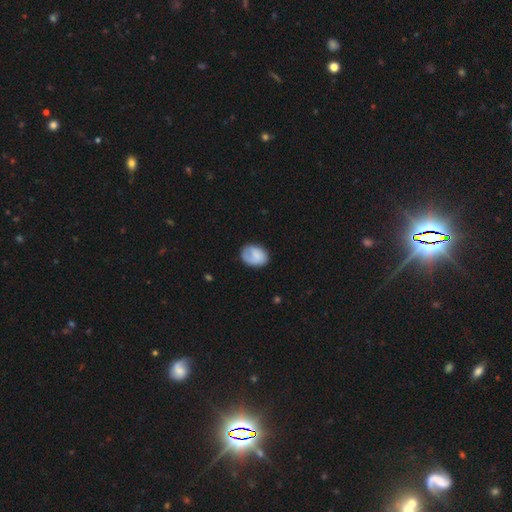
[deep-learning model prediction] Smooth or featured? smooth (73%)
How rounded? in between (70%)
Merging? none (64%)